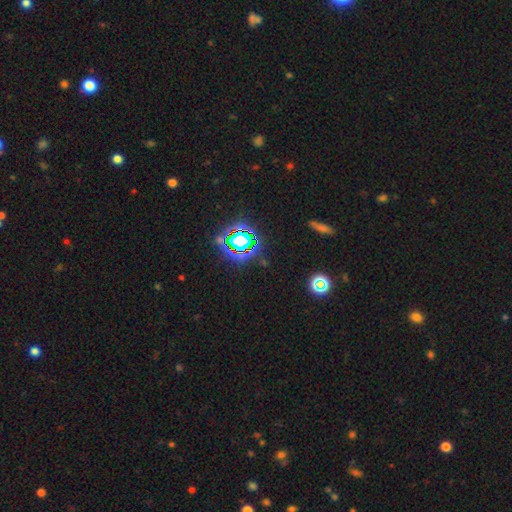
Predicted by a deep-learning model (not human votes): This appears to be a star or artifact, not a galaxy (79%).